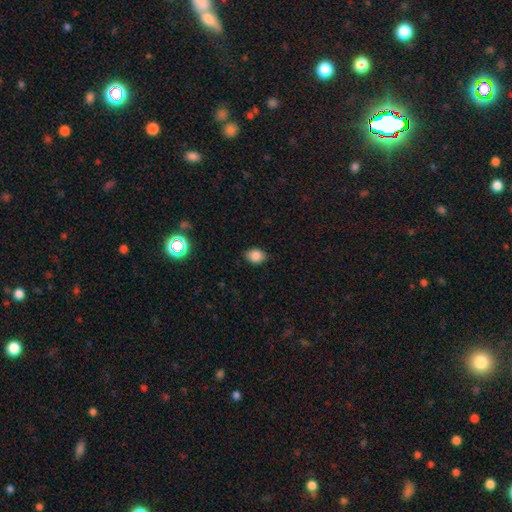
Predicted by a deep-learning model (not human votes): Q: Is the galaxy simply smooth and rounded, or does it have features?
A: smooth — 85%.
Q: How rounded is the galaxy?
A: in between — 69%.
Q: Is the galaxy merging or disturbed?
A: none — 83%.